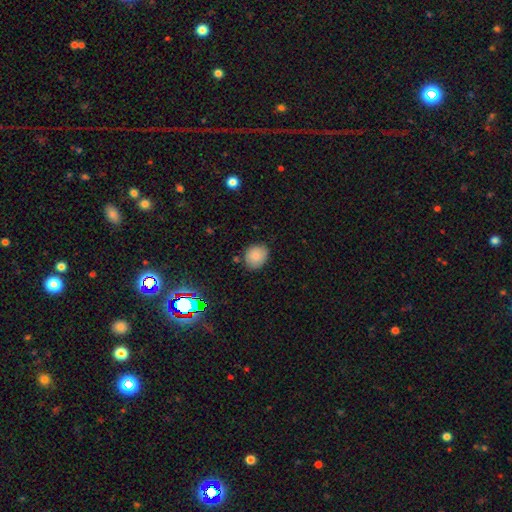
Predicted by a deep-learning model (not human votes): Smooth or featured? Predicted: smooth (p=0.84). How rounded? Predicted: round (p=0.65). Merging? Predicted: none (p=0.77).